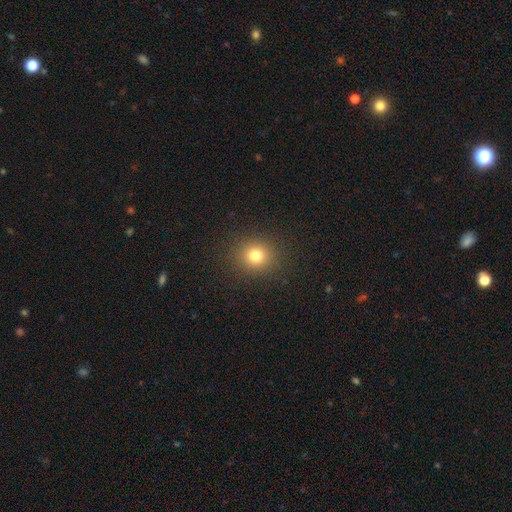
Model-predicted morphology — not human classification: The model was most divided on "smooth or featured": smooth: 77%, star or artifact: 16%, featured or disk: 7%. More confident: merging — none (89%); how rounded — round (85%).